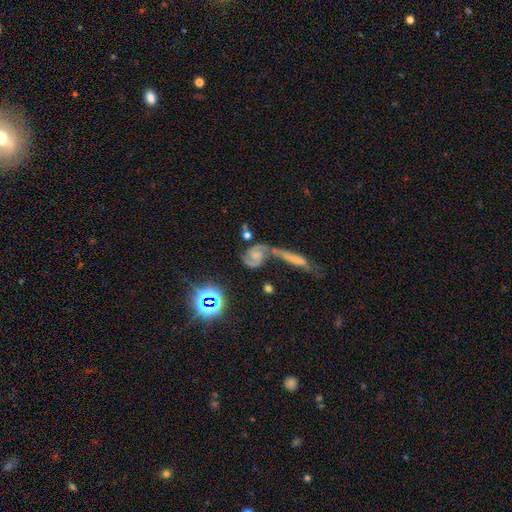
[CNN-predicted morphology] Q: Smooth or featured?
A: featured or disk (73%); runner-up: smooth (15%)
Q: Edge-on disk?
A: no (95%); runner-up: yes (5%)
Q: Bar?
A: no (65%); runner-up: weak (27%)
Q: Spiral arms?
A: yes (92%); runner-up: no (8%)
Q: Spiral winding?
A: medium (48%); runner-up: loose (28%)
Q: Spiral arm count?
A: 2 (86%); runner-up: 1 (6%)
Q: Bulge size?
A: moderate (33%); runner-up: small (28%)
Q: Merging?
A: merger (45%); runner-up: none (32%)